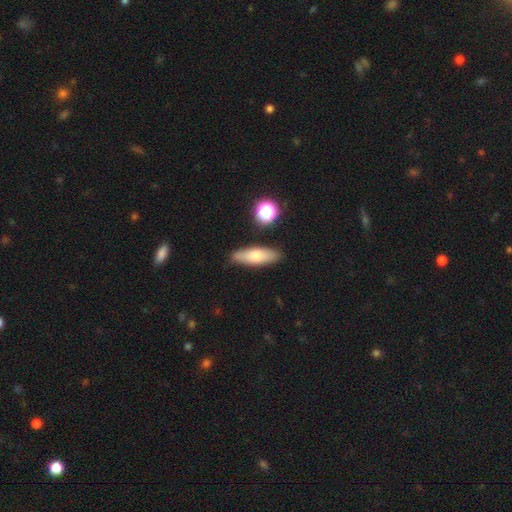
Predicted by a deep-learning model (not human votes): The model was most divided on "how rounded": in between: 52%, cigar-shaped: 45%, round: 3%. More confident: merging — none (84%); smooth or featured — smooth (70%).